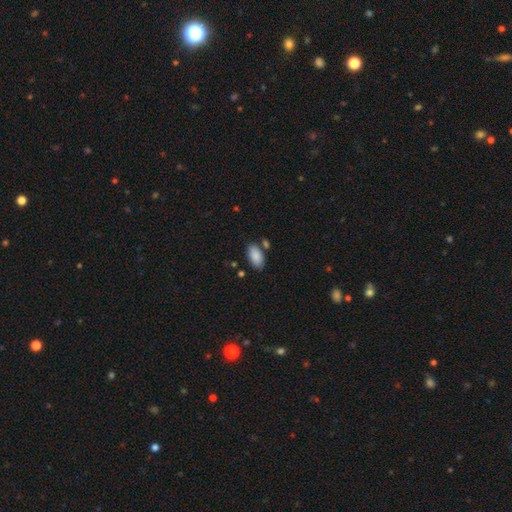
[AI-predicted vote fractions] A smooth galaxy with no disk features (88%) that is in between round and cigar-shaped (94%). Merging: none (76%).